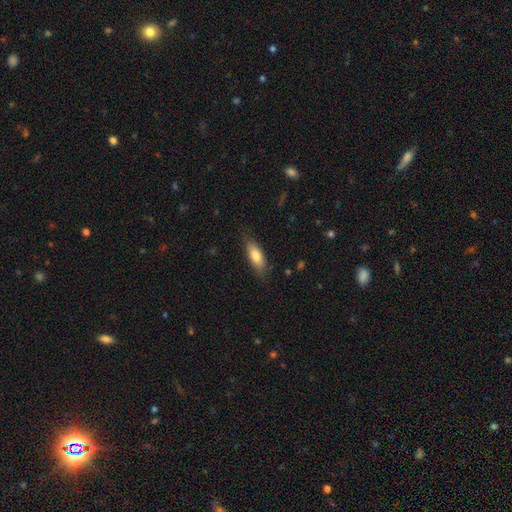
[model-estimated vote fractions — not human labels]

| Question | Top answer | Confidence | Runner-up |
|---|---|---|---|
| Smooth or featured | smooth | 79% | featured or disk (15%) |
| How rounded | in between | 66% | cigar-shaped (32%) |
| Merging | none | 79% | minor disturbance (16%) |